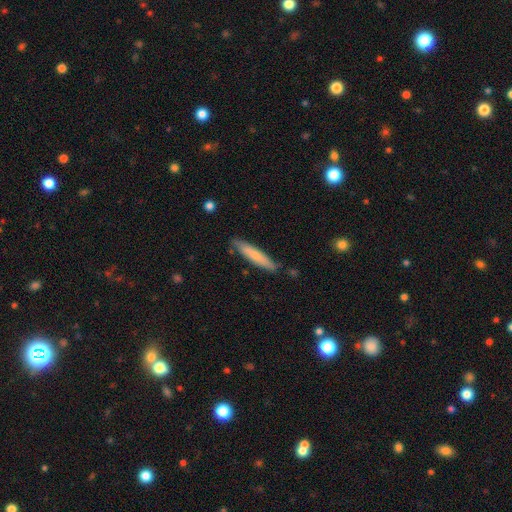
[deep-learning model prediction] Overall: smooth (70%). How rounded: cigar-shaped (89%). Merging: none (81%).